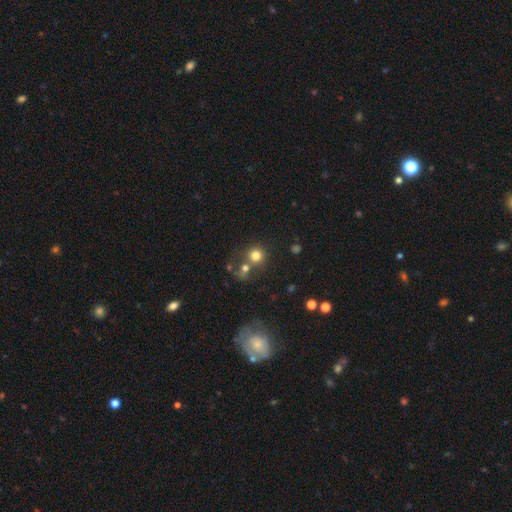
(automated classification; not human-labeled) Overall: smooth (76%). How rounded: round (90%). Merging: none (58%; merger 29%).